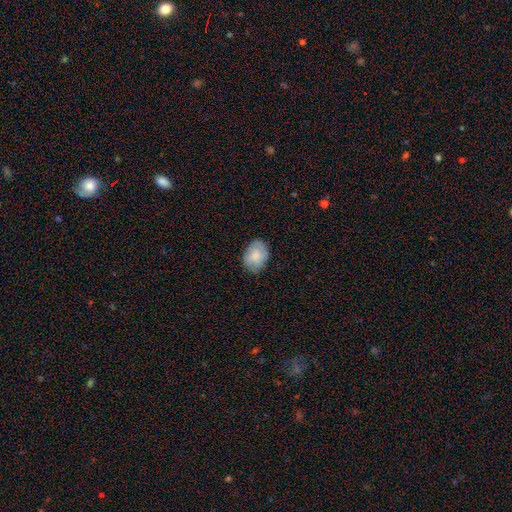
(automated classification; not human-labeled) smooth_or_featured: smooth (p=0.72) [alt: featured or disk p=0.21]
how_rounded: in between (p=0.76) [alt: round p=0.23]
merging: none (p=0.80) [alt: minor disturbance p=0.16]